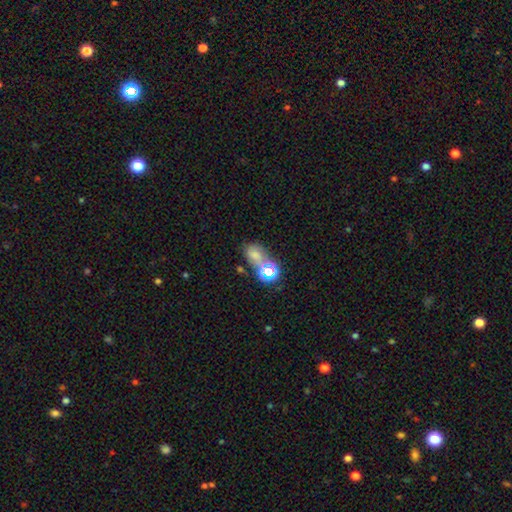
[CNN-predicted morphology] Q: Smooth or featured?
A: smooth (56%); runner-up: star or artifact (31%)
Q: How rounded?
A: in between (69%); runner-up: round (30%)
Q: Merging?
A: none (44%); runner-up: merger (28%)